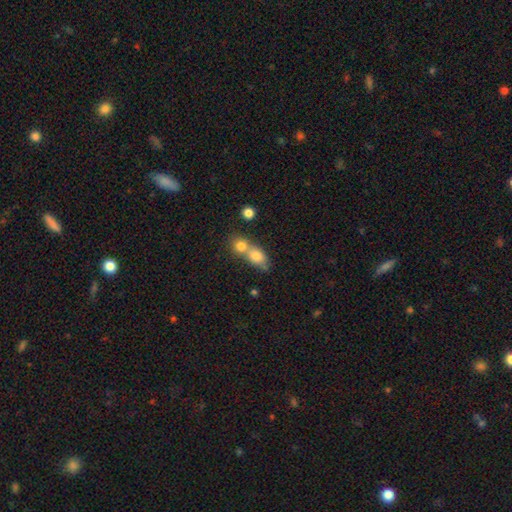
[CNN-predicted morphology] smooth_or_featured: smooth (p=0.77) [alt: featured or disk p=0.13]
how_rounded: in between (p=0.53) [alt: round p=0.43]
merging: merger (p=0.61) [alt: none p=0.29]